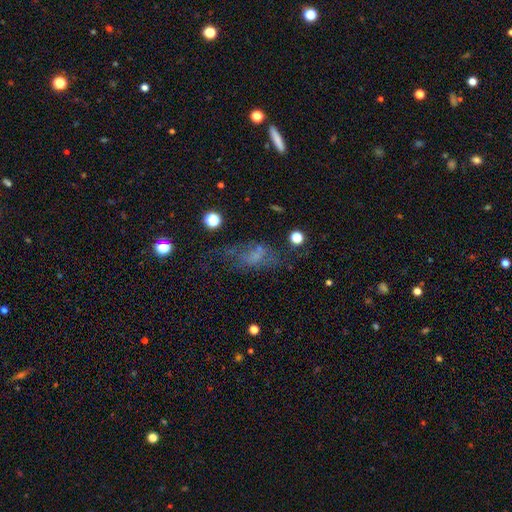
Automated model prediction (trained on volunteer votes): Smooth or featured?
  - smooth: 42% *
  - featured or disk: 38%
  - star or artifact: 20%
Merging?
  - none: 40% *
  - major disturbance: 32%
  - minor disturbance: 22%
  - merger: 6%